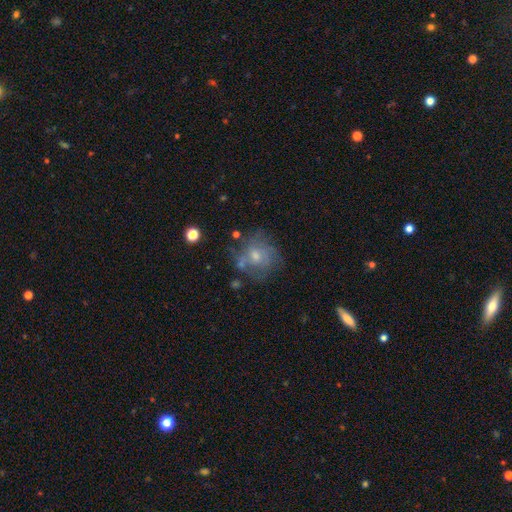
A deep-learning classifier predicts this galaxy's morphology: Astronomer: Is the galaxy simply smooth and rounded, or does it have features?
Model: featured or disk — 47% (runner-up: smooth, 37%).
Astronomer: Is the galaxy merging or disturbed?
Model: none — 62%.